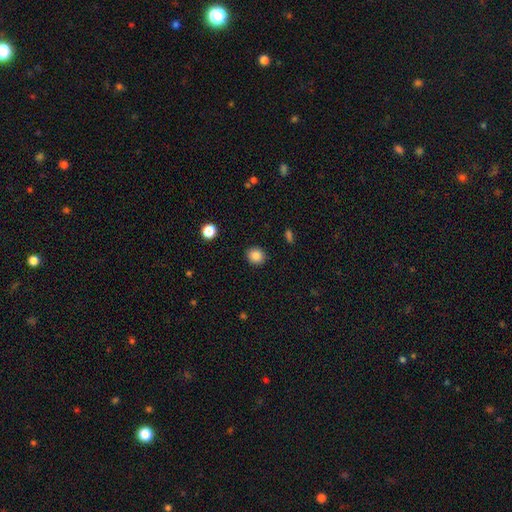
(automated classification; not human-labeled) Overall: smooth (84%). How rounded: round (86%). Merging: none (91%).